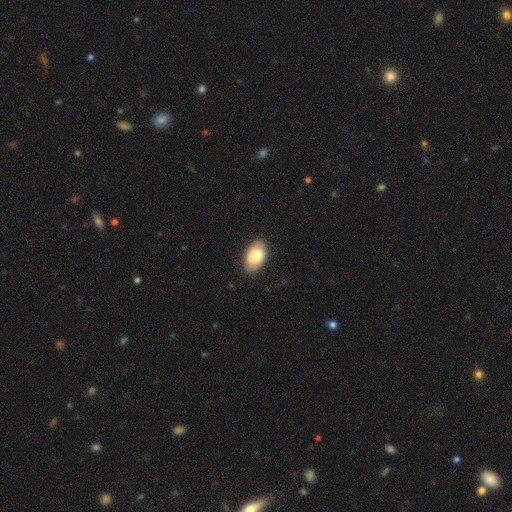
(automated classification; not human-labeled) Overall: smooth (74%). How rounded: in between (94%). Merging: none (82%).